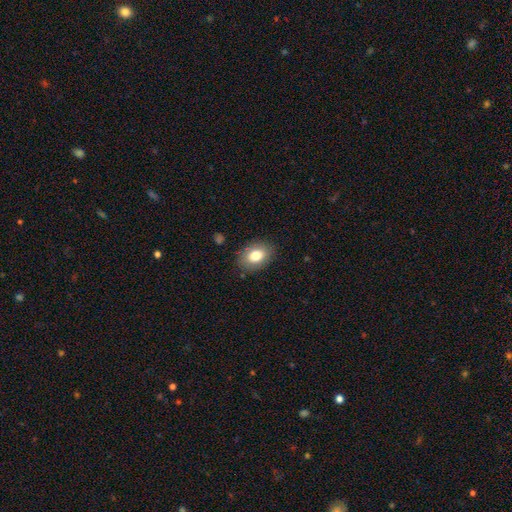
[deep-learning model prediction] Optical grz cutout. It shows a smooth galaxy with no disk features (80%) that is in between round and cigar-shaped (79%). Merging: none (85%).